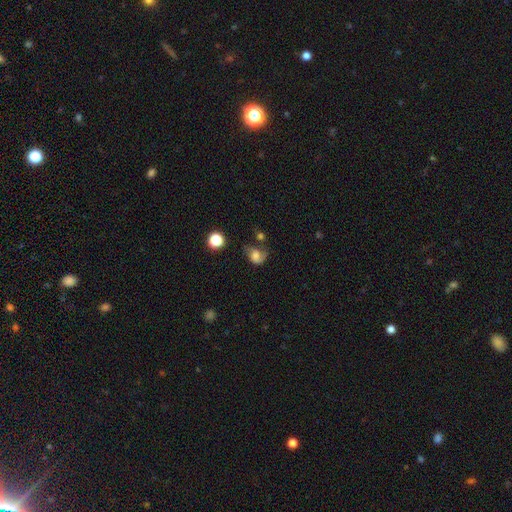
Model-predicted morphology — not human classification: smooth_or_featured: smooth (p=0.46) [alt: featured or disk p=0.41]
merging: none (p=0.34) [alt: major disturbance p=0.30]